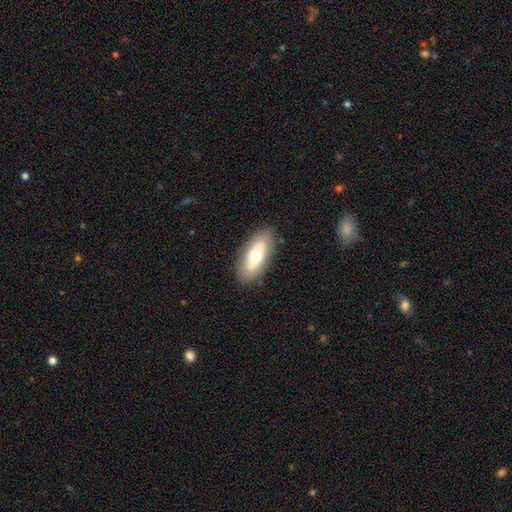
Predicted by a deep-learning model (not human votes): Smooth or featured?
  - smooth: 59% *
  - featured or disk: 35%
  - star or artifact: 6%
How rounded?
  - in between: 85% *
  - cigar-shaped: 12%
  - round: 3%
Merging?
  - none: 85% *
  - minor disturbance: 11%
  - major disturbance: 3%
  - merger: 1%